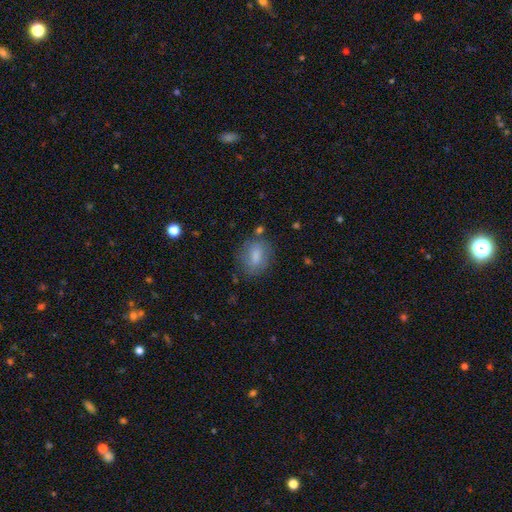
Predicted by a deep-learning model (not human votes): A smooth galaxy with no disk features (75%) that is in between round and cigar-shaped (64%).

Vote fractions:
- Smooth or featured? smooth: 75% / featured or disk: 17% / star or artifact: 8%
- How rounded? in between: 64% / round: 33% / cigar-shaped: 3%
- Merging? none: 71% / minor disturbance: 18% / major disturbance: 6% / merger: 4%